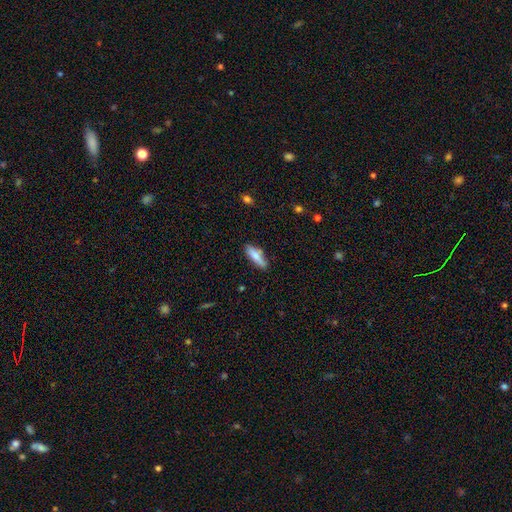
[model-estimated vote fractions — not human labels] Smooth or featured? smooth (75%)
How rounded? cigar-shaped (60%)
Merging? none (74%)